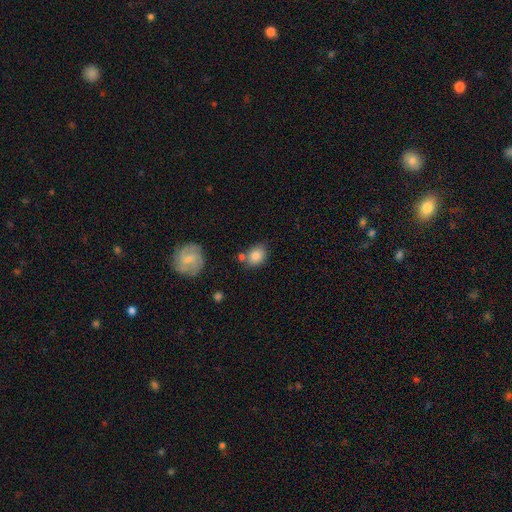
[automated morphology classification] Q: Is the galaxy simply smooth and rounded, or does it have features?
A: smooth — 83%.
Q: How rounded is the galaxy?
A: in between — 50%.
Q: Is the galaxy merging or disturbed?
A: none — 65%.